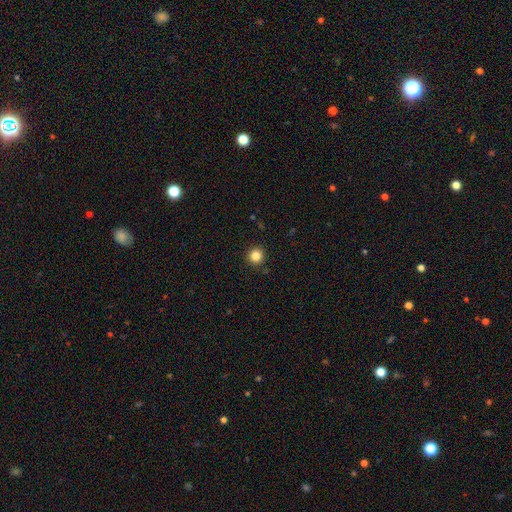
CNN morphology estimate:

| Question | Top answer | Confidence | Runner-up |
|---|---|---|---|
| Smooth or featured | smooth | 84% | star or artifact (12%) |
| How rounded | round | 95% | in between (4%) |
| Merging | none | 92% | minor disturbance (5%) |